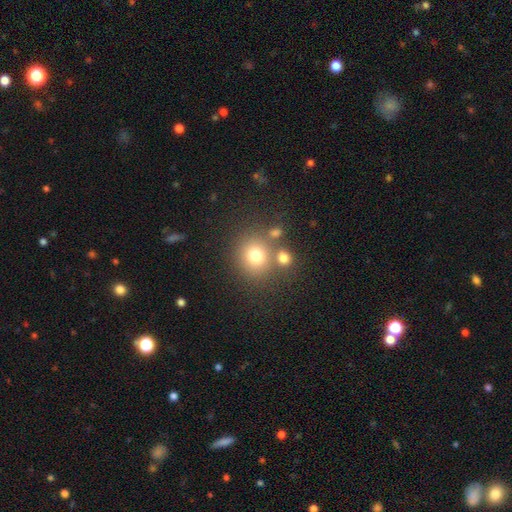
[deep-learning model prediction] Smooth or featured? smooth (75%)
How rounded? round (83%)
Merging? none (67%)